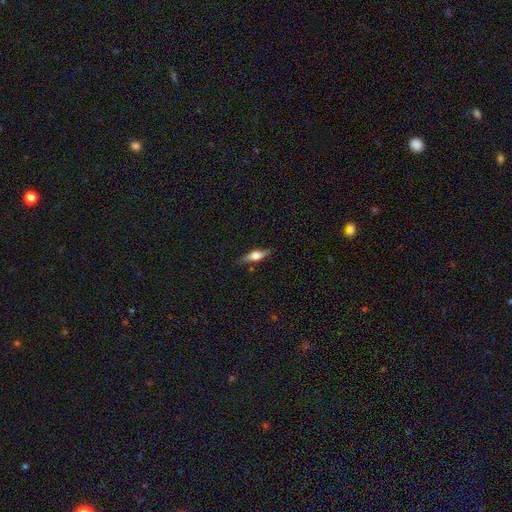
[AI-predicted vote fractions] Q: Smooth or featured?
A: featured or disk (51%); runner-up: smooth (43%)
Q: Edge-on disk?
A: yes (91%); runner-up: no (9%)
Q: Merging?
A: none (78%); runner-up: minor disturbance (17%)